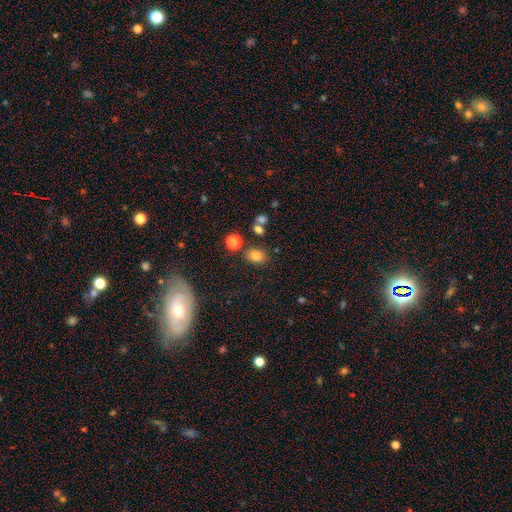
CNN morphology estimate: A smooth galaxy with no disk features (79%) that is in between round and cigar-shaped (59%). Merging: none (77%).